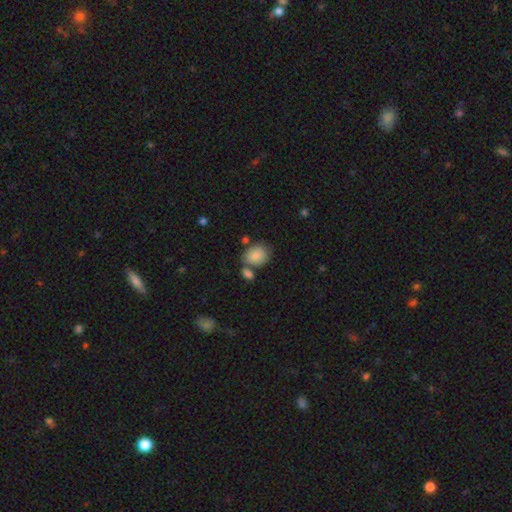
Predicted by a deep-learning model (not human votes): A smooth galaxy with no disk features (85%) that is in between round and cigar-shaped (55%).

Vote fractions:
- Smooth or featured? smooth: 85% / star or artifact: 8% / featured or disk: 7%
- How rounded? in between: 55% / round: 44% / cigar-shaped: 1%
- Merging? none: 57% / merger: 21% / minor disturbance: 17% / major disturbance: 5%